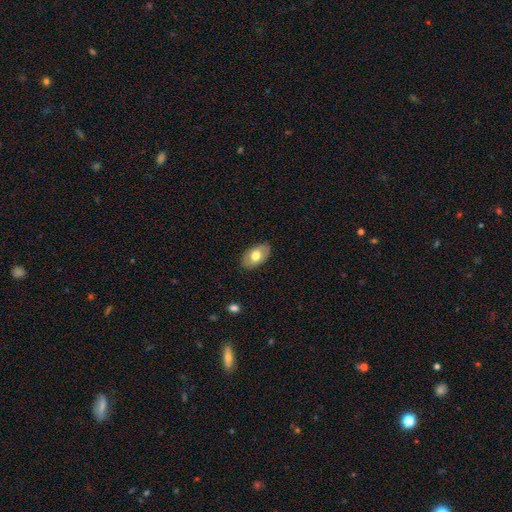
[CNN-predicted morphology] smooth 70%, featured or disk 23%, star or artifact 6%. Down the decision tree: how rounded — in between (92%); merging — none (85%).